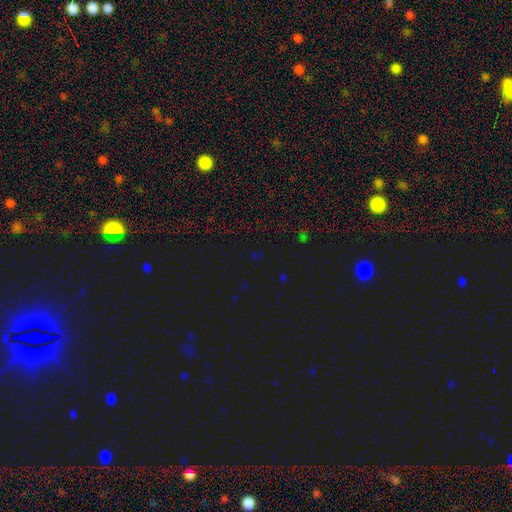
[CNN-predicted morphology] smooth-or-featured: star or artifact: 74% | smooth: 19% | featured or disk: 7%